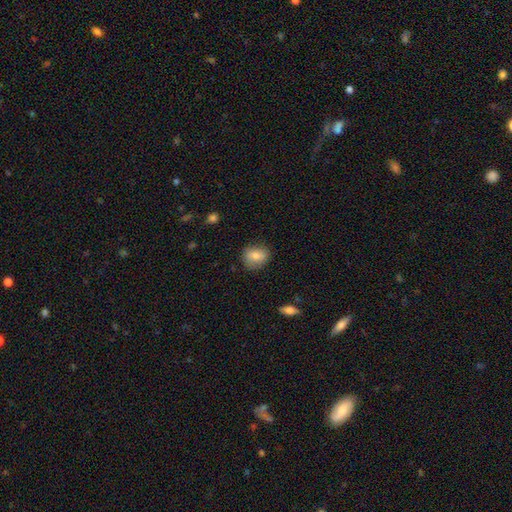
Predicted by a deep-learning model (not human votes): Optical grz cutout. It shows a smooth galaxy with no disk features (80%) that is round (51%). Merging: none (78%).